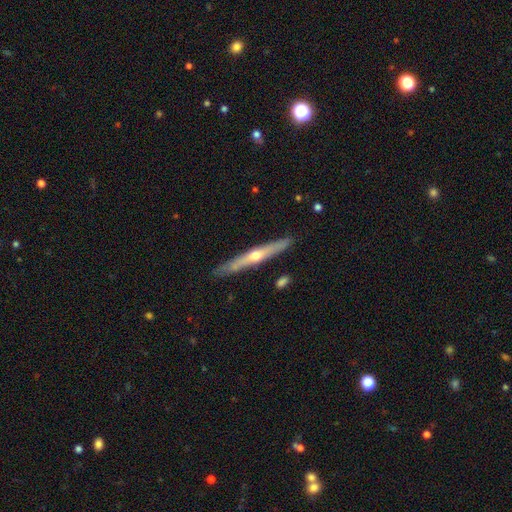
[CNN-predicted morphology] Smooth or featured? Predicted: featured or disk (p=0.70). Edge-on disk? Predicted: yes (p=0.96). Edge-on bulge? Predicted: rounded (p=0.85). Merging? Predicted: none (p=0.90).